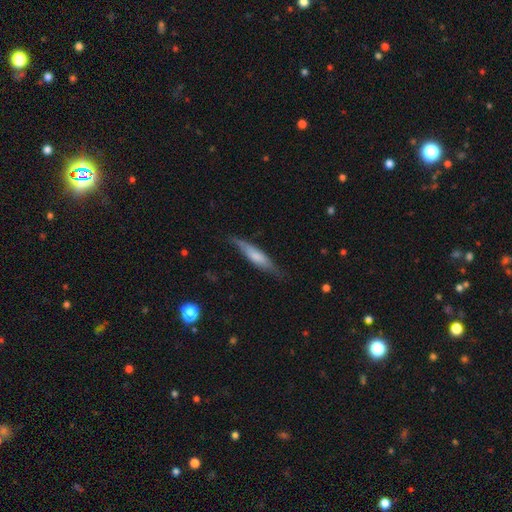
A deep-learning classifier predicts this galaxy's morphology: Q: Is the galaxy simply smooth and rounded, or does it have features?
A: smooth — 58%.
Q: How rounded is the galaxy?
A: cigar-shaped — 79%.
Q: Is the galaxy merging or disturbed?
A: none — 69%.